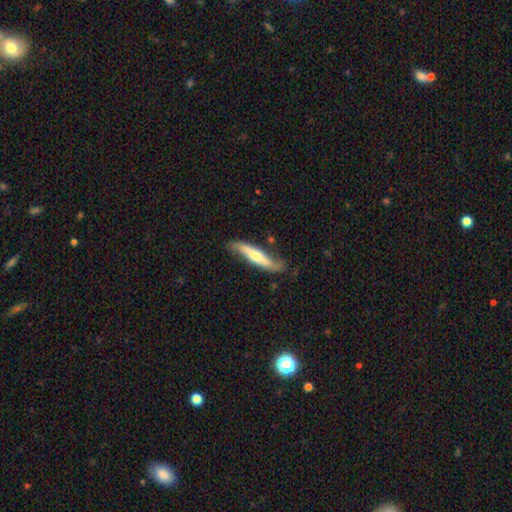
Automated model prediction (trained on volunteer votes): Smooth or featured?
  - featured or disk: 61% *
  - smooth: 34%
  - star or artifact: 5%
Edge-on disk?
  - yes: 65% *
  - no: 35%
Merging?
  - none: 68% *
  - minor disturbance: 24%
  - major disturbance: 6%
  - merger: 2%